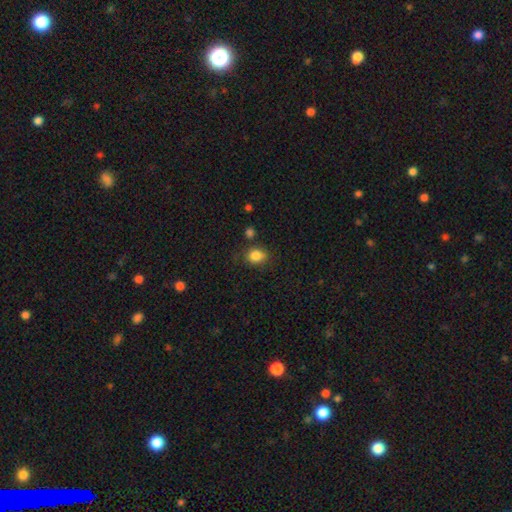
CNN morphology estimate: A smooth galaxy with no disk features (84%) that is round (56%).

Vote fractions:
- Smooth or featured? smooth: 84% / star or artifact: 10% / featured or disk: 6%
- How rounded? round: 56% / in between: 43% / cigar-shaped: 1%
- Merging? none: 75% / minor disturbance: 16% / merger: 5% / major disturbance: 4%